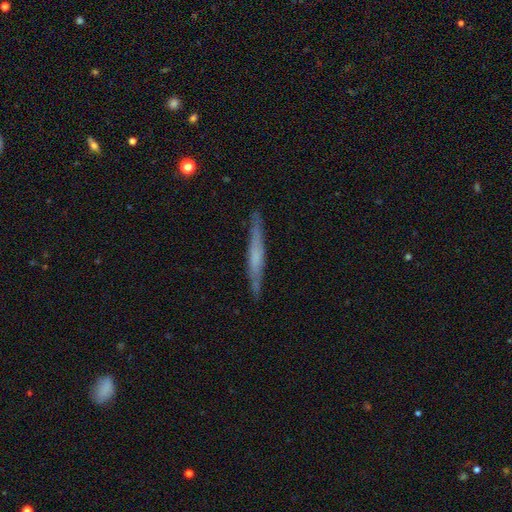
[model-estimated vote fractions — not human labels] Overall: featured or disk (54%; smooth 40%). Edge-on disk: yes (94%). Edge-on bulge: none (62%; rounded 23%). Merging: none (87%).